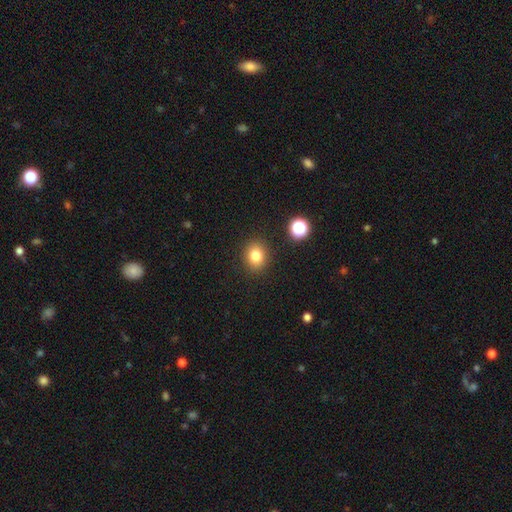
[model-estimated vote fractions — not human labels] Morphology: type=smooth (80%); roundness=round (65%); merging=none (88%).